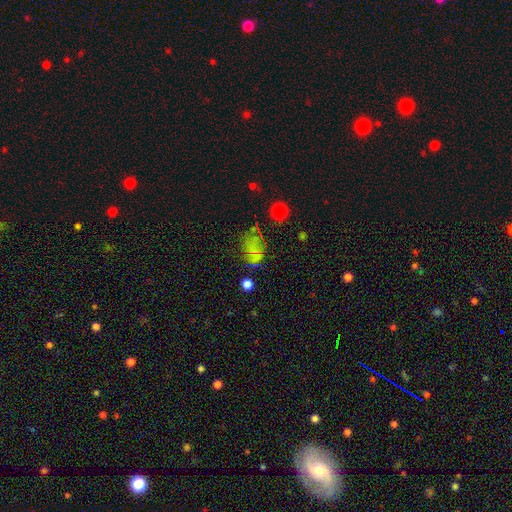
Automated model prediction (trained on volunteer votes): Smooth or featured? Predicted: smooth (p=0.54). How rounded? Predicted: in between (p=0.80). Merging? Predicted: none (p=0.51).